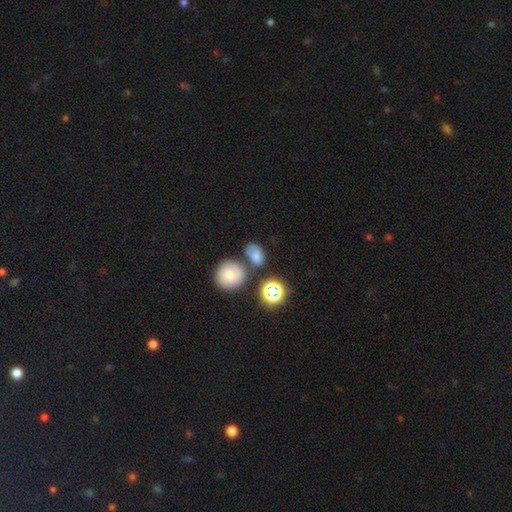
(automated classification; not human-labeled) Overall: smooth (67%). How rounded: in between (59%; round 39%). Merging: none (48%; merger 26%).